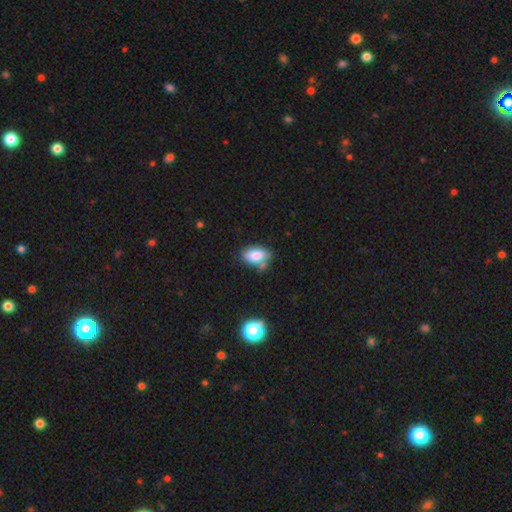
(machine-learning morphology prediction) Smooth or featured?
  - smooth: 81% *
  - featured or disk: 10%
  - star or artifact: 9%
How rounded?
  - in between: 91% *
  - round: 7%
  - cigar-shaped: 3%
Merging?
  - none: 58% *
  - minor disturbance: 22%
  - merger: 15%
  - major disturbance: 5%